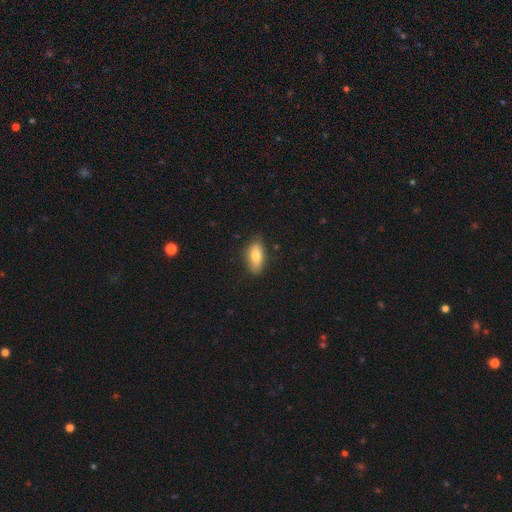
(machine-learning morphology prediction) Smooth or featured: smooth — 76% (featured or disk — 18%)
How rounded: in between — 85% (cigar-shaped — 11%)
Merging: none — 79% (minor disturbance — 17%)